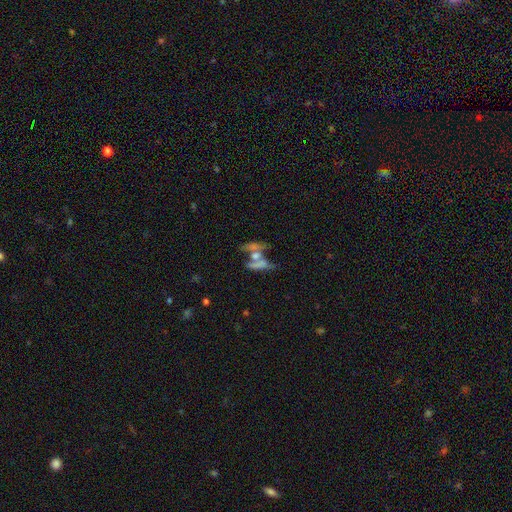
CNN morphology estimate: The model was most divided on "smooth or featured": featured or disk: 52%, smooth: 33%, star or artifact: 15%. Remaining: edge-on disk — no (68%); merging — merger (49%).